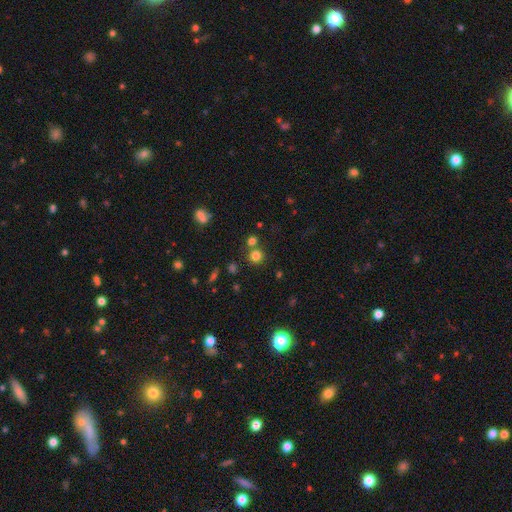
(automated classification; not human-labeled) This is likely a smooth galaxy (77%). How rounded: clearly round (89%). Merging: likely none (69%).